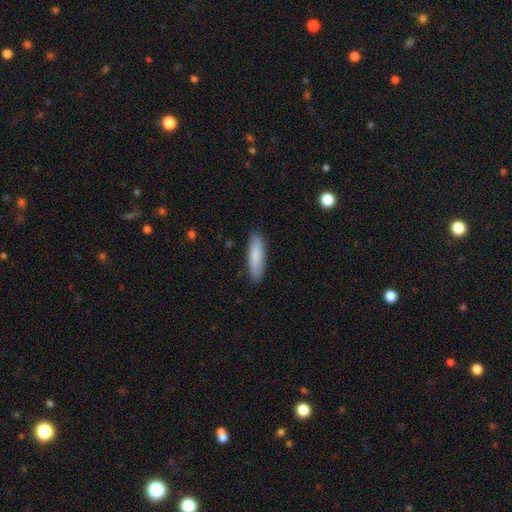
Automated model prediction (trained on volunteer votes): A smooth galaxy with no disk features (84%) that is cigar-shaped (64%). Merging: none (88%).